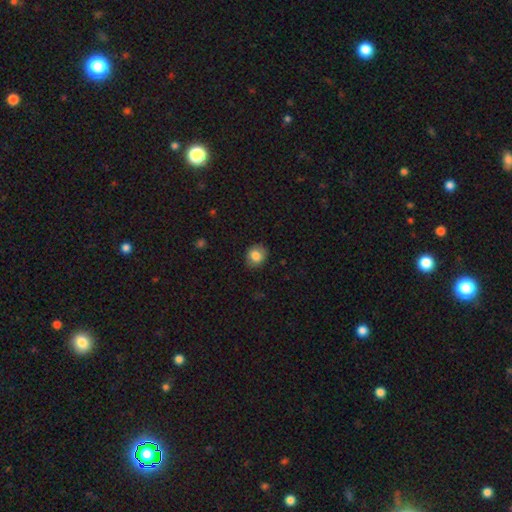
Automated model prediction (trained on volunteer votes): Smooth or featured: smooth — 82% (featured or disk — 9%)
How rounded: round — 63% (in between — 36%)
Merging: none — 83% (minor disturbance — 13%)